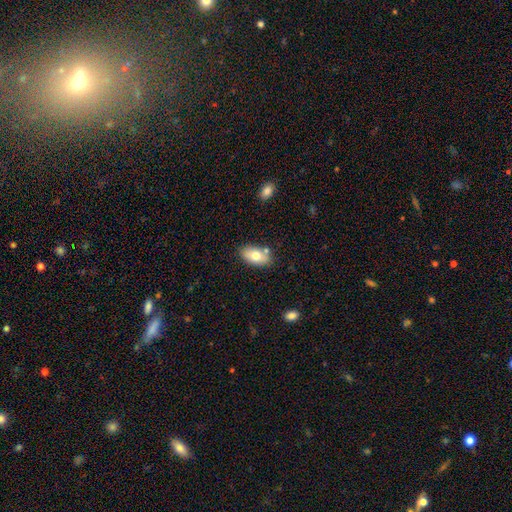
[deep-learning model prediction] A smooth galaxy with no disk features (74%) that is in between round and cigar-shaped (92%).

Vote fractions:
- Smooth or featured? smooth: 74% / featured or disk: 19% / star or artifact: 7%
- How rounded? in between: 92% / round: 5% / cigar-shaped: 3%
- Merging? none: 77% / minor disturbance: 13% / merger: 7% / major disturbance: 3%